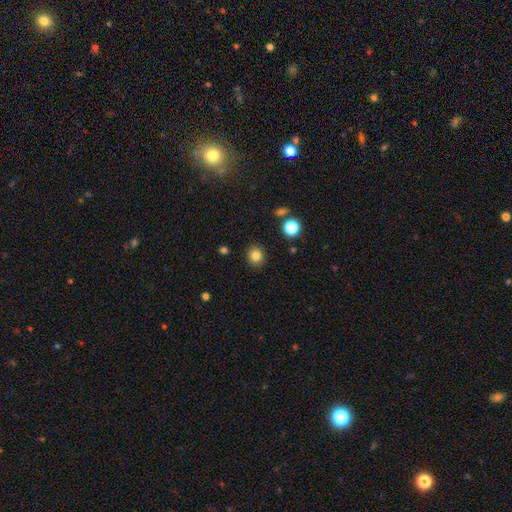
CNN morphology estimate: Smooth or featured: smooth — 83% (star or artifact — 12%)
How rounded: round — 87% (in between — 12%)
Merging: none — 90% (minor disturbance — 6%)